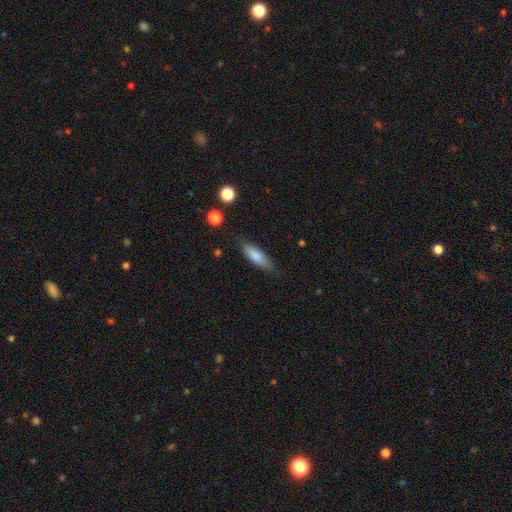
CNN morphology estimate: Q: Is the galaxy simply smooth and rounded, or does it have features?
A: smooth — 78%.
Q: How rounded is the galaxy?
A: in between — 56%.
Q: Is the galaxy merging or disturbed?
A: none — 81%.